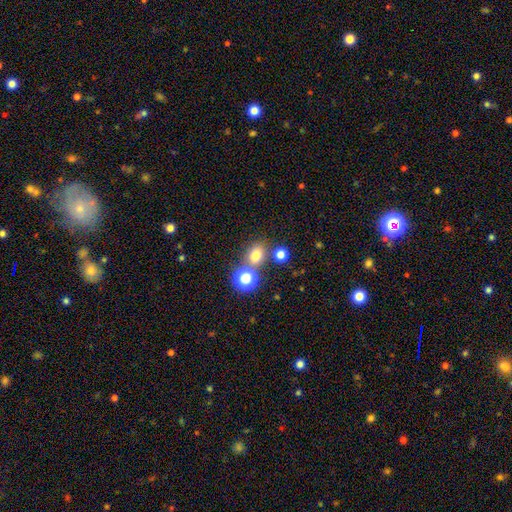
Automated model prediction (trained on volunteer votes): This appears to be a smooth galaxy with no disk features (72%) that is round (60%). Merging: none (67%).